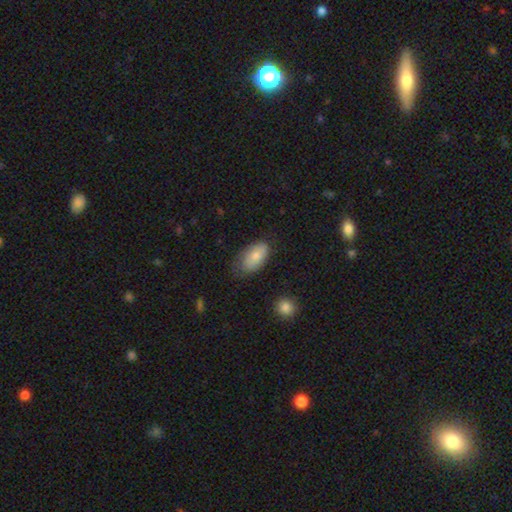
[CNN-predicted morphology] smooth-or-featured: smooth: 74% | featured or disk: 19% | star or artifact: 7%
  how-rounded: in between: 93% | round: 4% | cigar-shaped: 2%
  merging: none: 64% | minor disturbance: 28% | major disturbance: 7% | merger: 2%